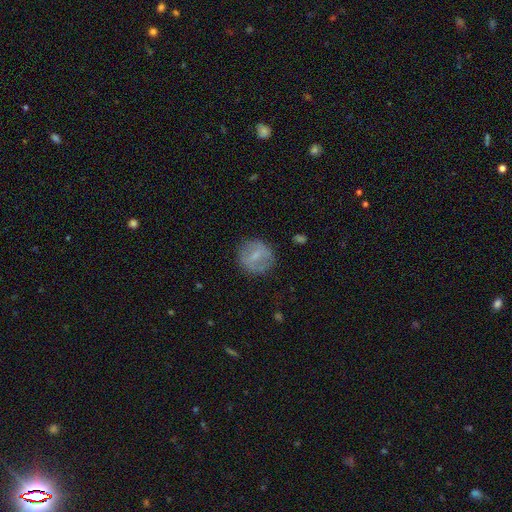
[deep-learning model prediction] Smooth or featured?
  - smooth: 48% *
  - featured or disk: 44%
  - star or artifact: 8%
Merging?
  - none: 81% *
  - minor disturbance: 13%
  - major disturbance: 5%
  - merger: 1%